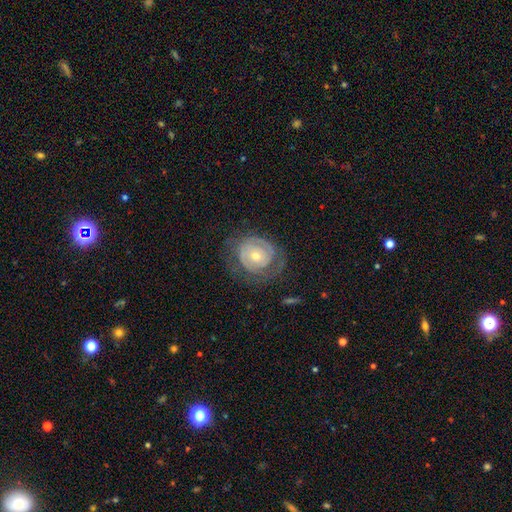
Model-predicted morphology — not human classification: Smooth or featured? Predicted: featured or disk (p=0.70). Edge-on disk? Predicted: no (p=0.97). Bar? Predicted: no (p=0.74). Spiral arms? Predicted: yes (p=0.75). Spiral winding? Predicted: tight (p=0.66). Spiral arm count? Predicted: can't tell (p=0.37). Bulge size? Predicted: small (p=0.56). Merging? Predicted: none (p=0.60).